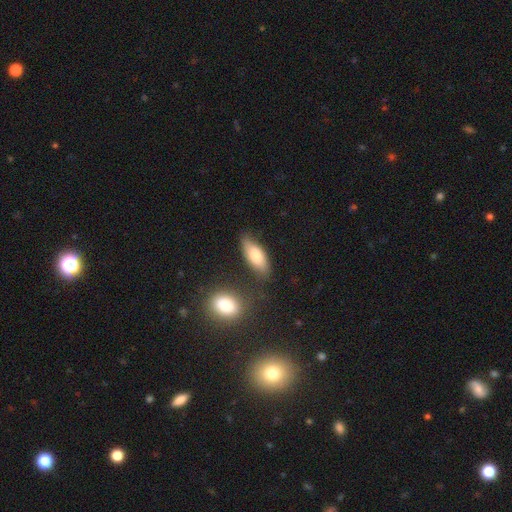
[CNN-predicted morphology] A smooth galaxy with no disk features (75%) that is in between round and cigar-shaped (75%). Merging: none (67%).